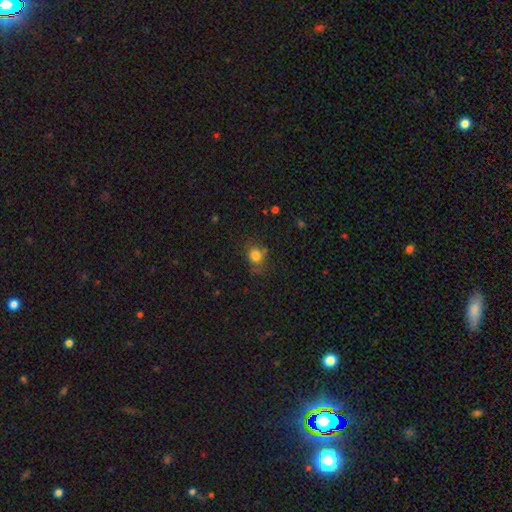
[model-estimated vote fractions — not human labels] Overall: smooth (80%). How rounded: round (64%; in between 35%). Merging: none (69%).